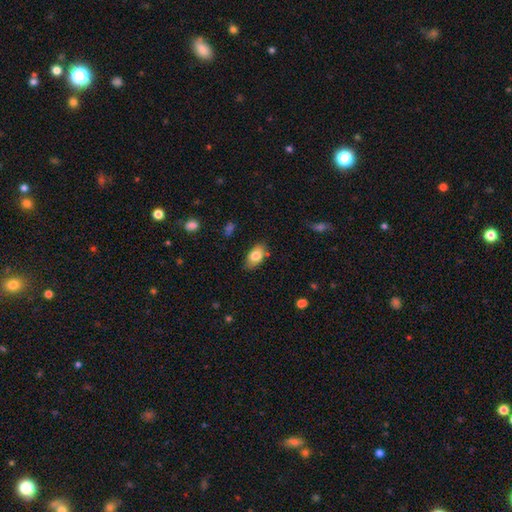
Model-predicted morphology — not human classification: The model was most divided on "merging": none: 80%, minor disturbance: 15%, major disturbance: 3%, merger: 2%. More confident: how rounded — in between (91%); smooth or featured — smooth (79%).